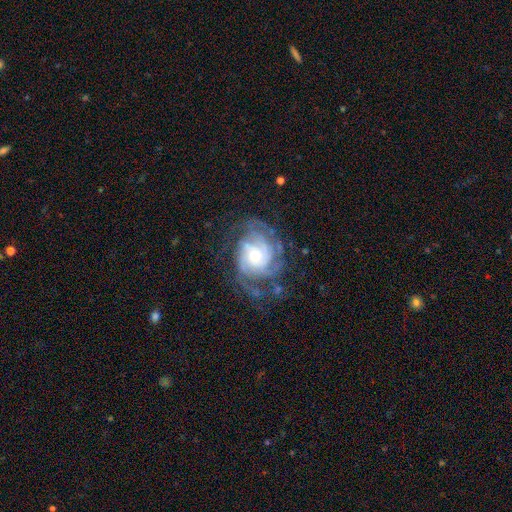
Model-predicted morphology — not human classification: A featured or disk galaxy (85%) with no bar (71%), tight (57%) spiral arms (96%) and a moderate central bulge (42%). Merging: none (62%).